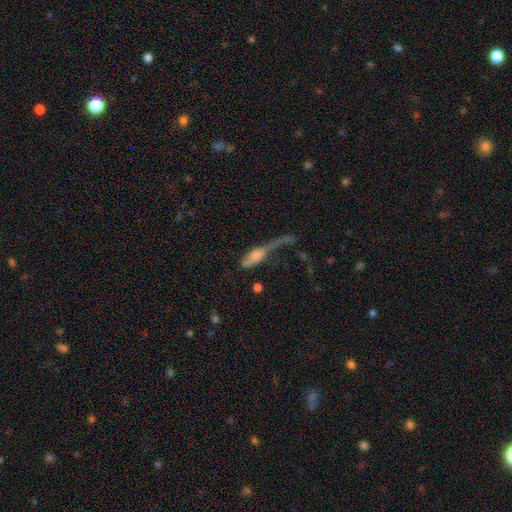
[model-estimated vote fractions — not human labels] Overall: smooth (53%; featured or disk 37%). How rounded: in between (56%; cigar-shaped 37%). Merging: major disturbance (53%; merger 17%).